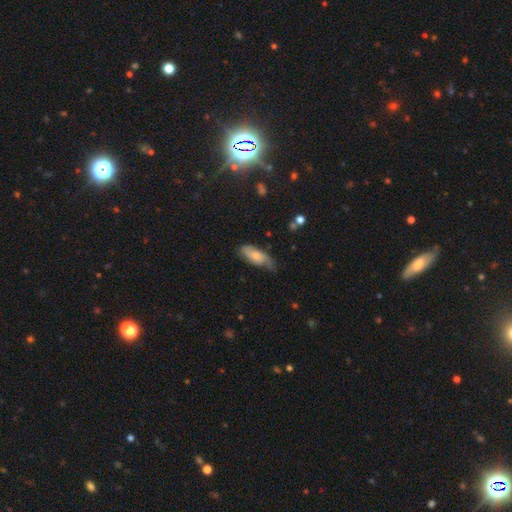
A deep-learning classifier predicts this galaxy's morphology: A smooth galaxy with no disk features (64%) that is in between round and cigar-shaped (75%). Merging: none (51%).